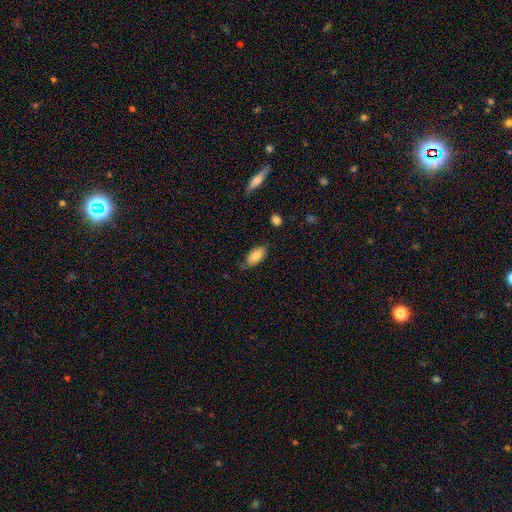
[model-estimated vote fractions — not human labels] Smooth or featured? smooth (84%)
How rounded? in between (91%)
Merging? none (72%)